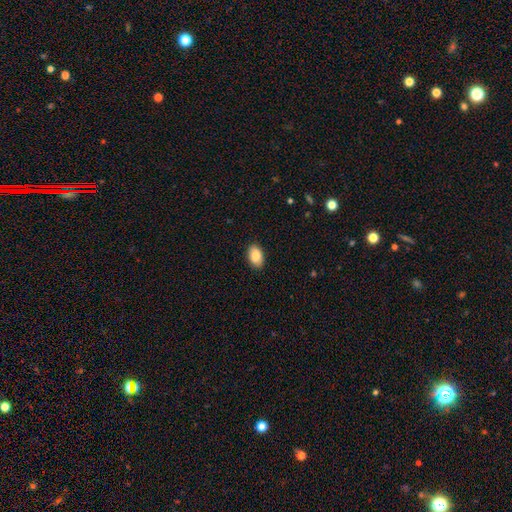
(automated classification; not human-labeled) A smooth galaxy with no disk features (86%) that is in between round and cigar-shaped (92%).

Vote fractions:
- Smooth or featured? smooth: 86% / featured or disk: 8% / star or artifact: 7%
- How rounded? in between: 92% / round: 6% / cigar-shaped: 1%
- Merging? none: 89% / minor disturbance: 9% / major disturbance: 2% / merger: 1%